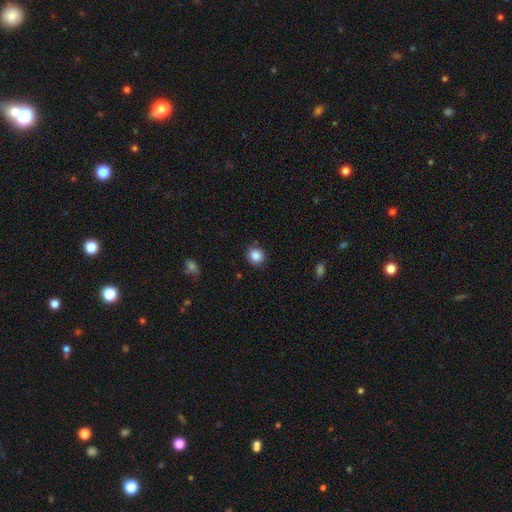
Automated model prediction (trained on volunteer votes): A smooth galaxy with no disk features (87%) that is round (84%).

Vote fractions:
- Smooth or featured? smooth: 87% / star or artifact: 9% / featured or disk: 4%
- How rounded? round: 84% / in between: 15% / cigar-shaped: 1%
- Merging? none: 87% / minor disturbance: 10% / major disturbance: 3% / merger: 1%